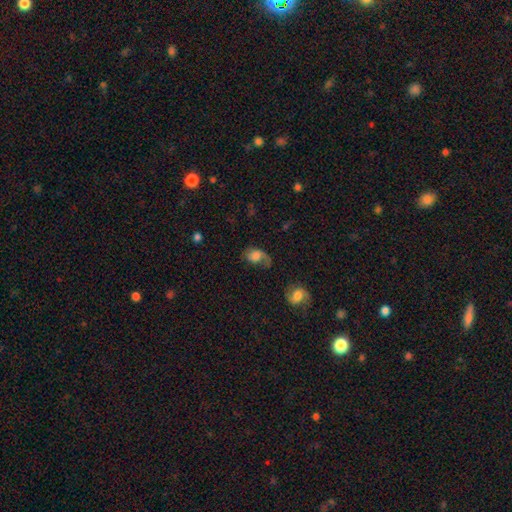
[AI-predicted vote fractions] smooth-or-featured: smooth: 53% | featured or disk: 37% | star or artifact: 10%
  how-rounded: in between: 75% | round: 23% | cigar-shaped: 2%
  merging: major disturbance: 35% | none: 34% | minor disturbance: 26% | merger: 5%